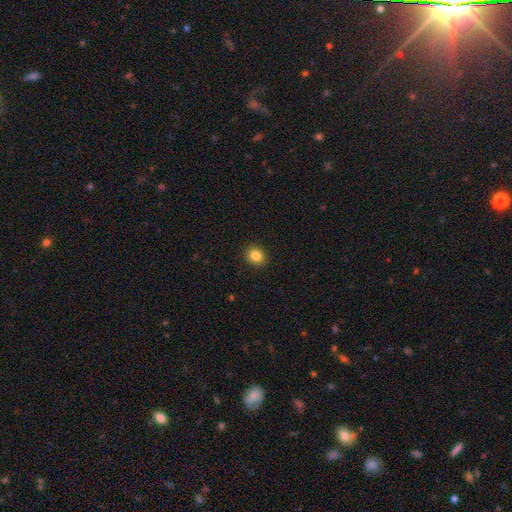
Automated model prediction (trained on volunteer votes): A smooth galaxy with no disk features (84%) that is round (78%). Merging: none (92%).